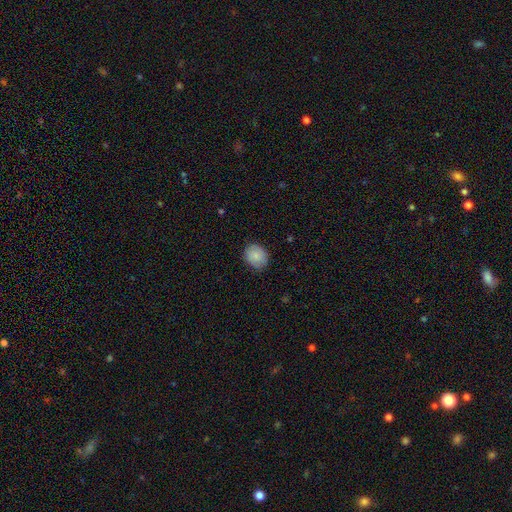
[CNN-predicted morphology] Smooth or featured?
  - smooth: 85% *
  - featured or disk: 9%
  - star or artifact: 7%
How rounded?
  - round: 54% *
  - in between: 45%
  - cigar-shaped: 1%
Merging?
  - none: 81% *
  - minor disturbance: 15%
  - major disturbance: 3%
  - merger: 1%